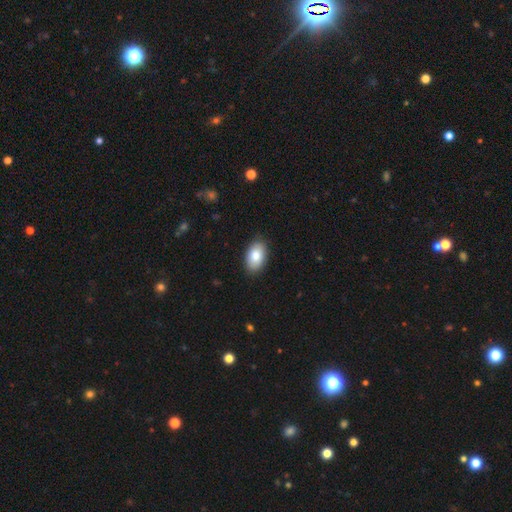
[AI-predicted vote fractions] smooth 82%, featured or disk 11%, star or artifact 6%. Down the decision tree: how rounded — in between (93%); merging — none (88%).